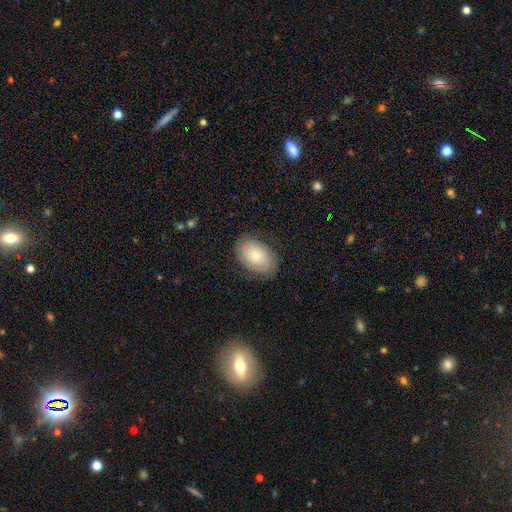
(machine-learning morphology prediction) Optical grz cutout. It shows a smooth galaxy with no disk features (63%) that is in between round and cigar-shaped (83%). Merging: none (79%).